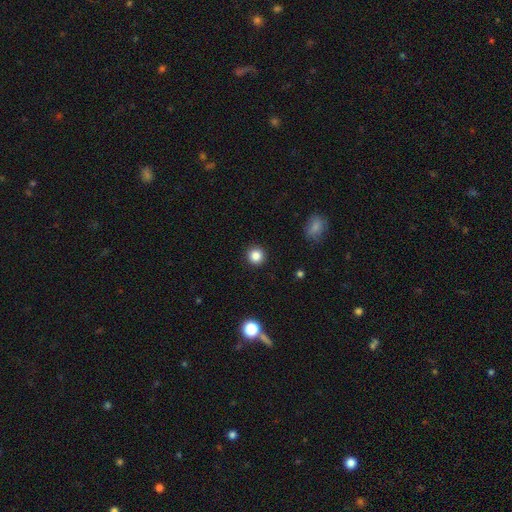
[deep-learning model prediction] smooth_or_featured: smooth (p=0.85) [alt: star or artifact p=0.11]
how_rounded: round (p=0.94) [alt: in between p=0.05]
merging: none (p=0.92) [alt: minor disturbance p=0.05]